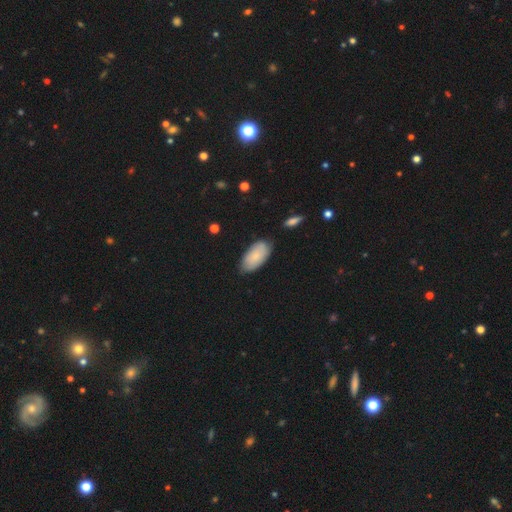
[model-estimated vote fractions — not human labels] The model was most divided on "merging": none: 75%, minor disturbance: 19%, major disturbance: 3%, merger: 2%. More confident: how rounded — in between (94%); smooth or featured — smooth (76%).